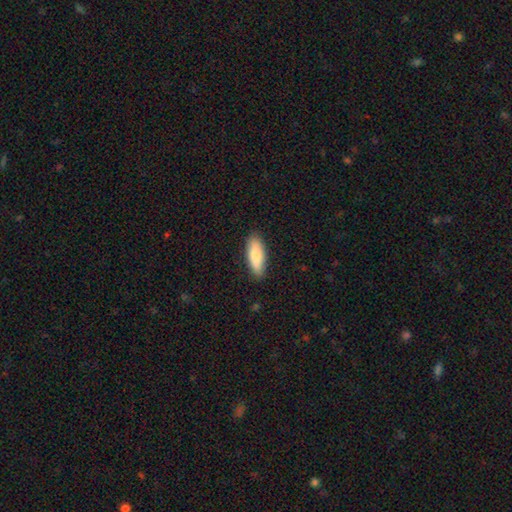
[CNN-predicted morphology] A smooth galaxy with no disk features (83%) that is in between round and cigar-shaped (62%). Merging: none (88%).